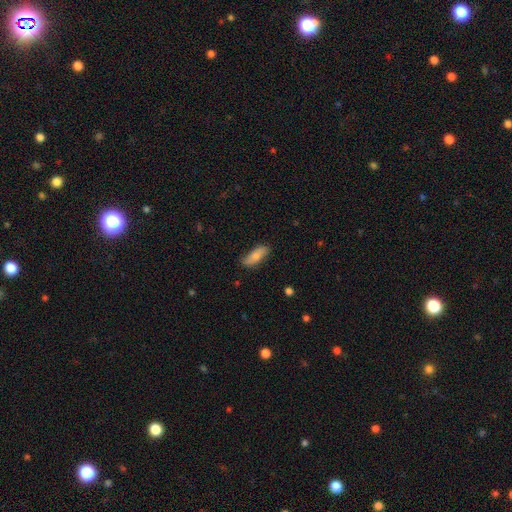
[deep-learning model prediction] Smooth or featured? Predicted: smooth (p=0.78). How rounded? Predicted: in between (p=0.70). Merging? Predicted: none (p=0.80).